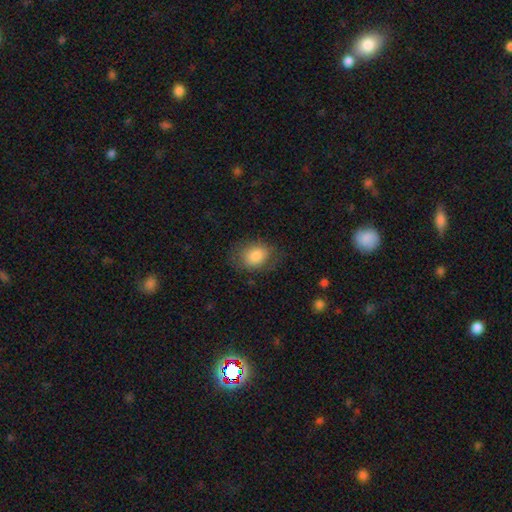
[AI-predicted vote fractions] Morphology: type=smooth (82%); roundness=in between (60%); merging=none (67%).